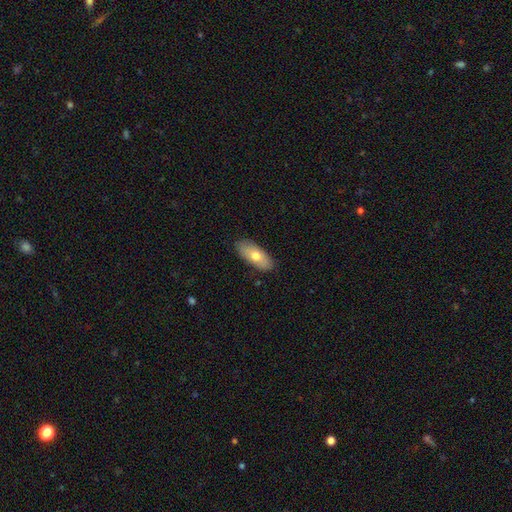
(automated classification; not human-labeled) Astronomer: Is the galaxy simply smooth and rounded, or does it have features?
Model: smooth — 69%.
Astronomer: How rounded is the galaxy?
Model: in between — 86%.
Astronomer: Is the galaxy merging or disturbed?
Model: none — 86%.